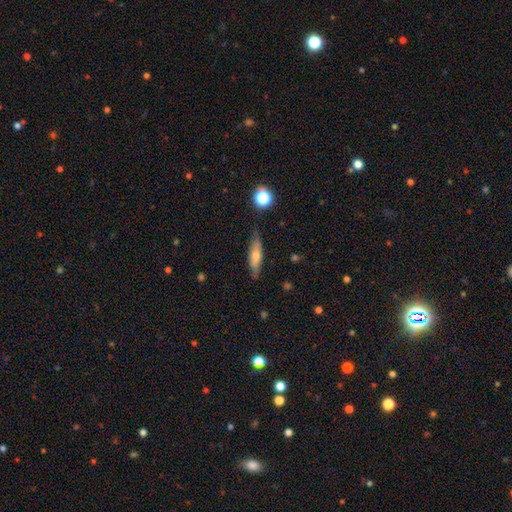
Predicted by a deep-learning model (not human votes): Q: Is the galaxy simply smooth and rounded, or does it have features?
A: smooth — 51%.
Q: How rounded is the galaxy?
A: cigar-shaped — 66%.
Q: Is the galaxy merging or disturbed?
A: none — 80%.